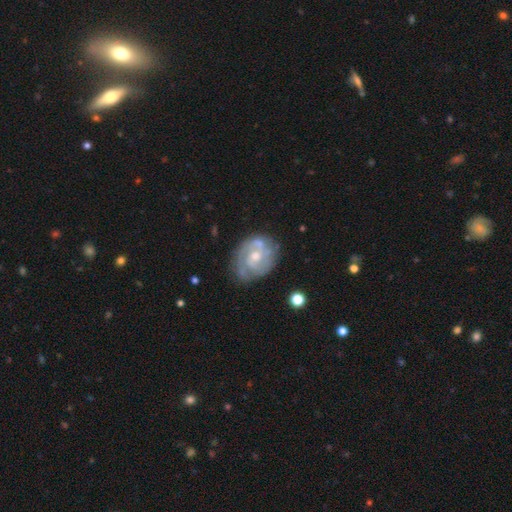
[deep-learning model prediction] This appears to be a featured or disk galaxy (78%) with no bar (59%), 2 (48%) tight (51%) spiral arms (84%) and a moderate central bulge (53%). Merging: none (63%).